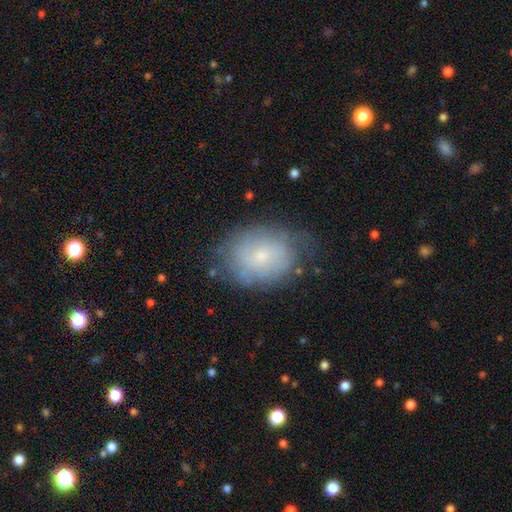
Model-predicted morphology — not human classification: type=smooth (48%); merging=none (71%).